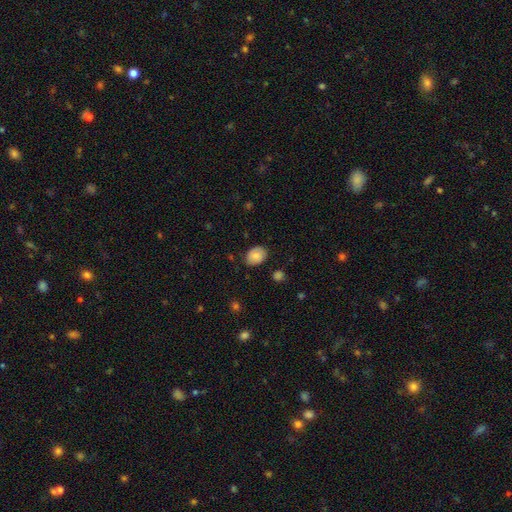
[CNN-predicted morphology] smooth 81%, featured or disk 11%, star or artifact 8%. Down the decision tree: how rounded — in between (67%); merging — none (80%).